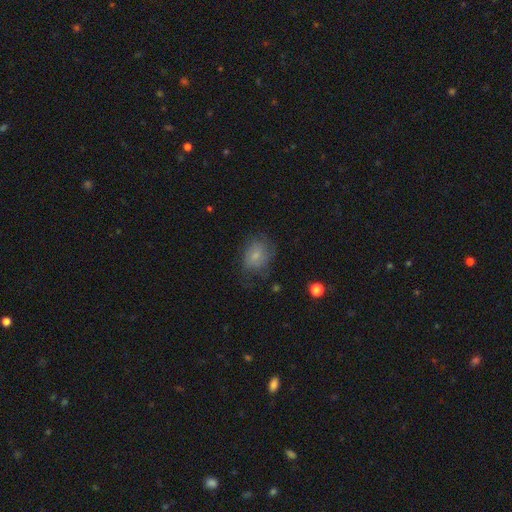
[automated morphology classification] smooth_or_featured: smooth (p=0.67) [alt: featured or disk p=0.23]
how_rounded: in between (p=0.59) [alt: round p=0.39]
merging: none (p=0.57) [alt: minor disturbance p=0.26]